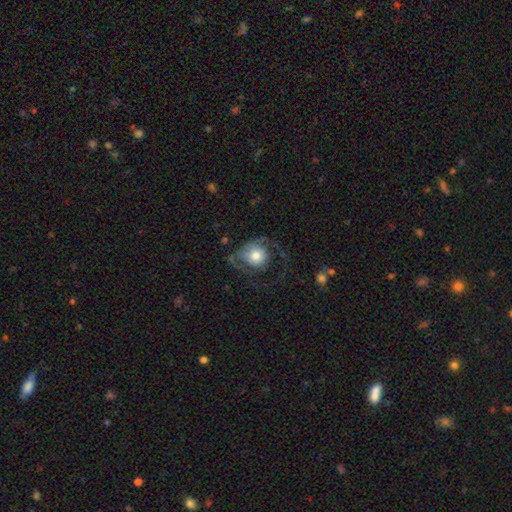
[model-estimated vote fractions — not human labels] Smooth or featured? featured or disk (50%)
Merging? major disturbance (43%)